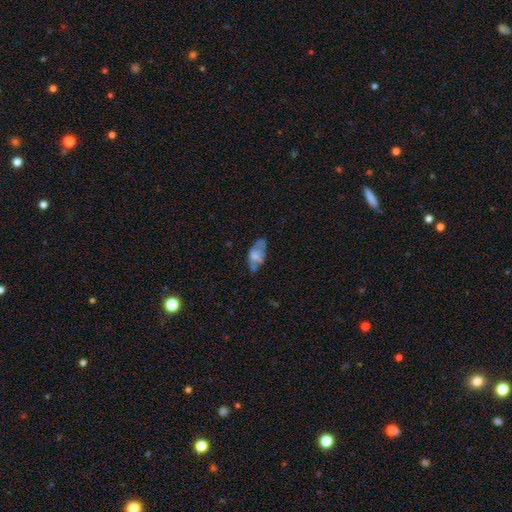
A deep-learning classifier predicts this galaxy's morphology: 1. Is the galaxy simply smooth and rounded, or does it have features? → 57% smooth, 33% featured or disk, 9% star or artifact.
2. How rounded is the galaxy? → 87% in between, 10% cigar-shaped, 3% round.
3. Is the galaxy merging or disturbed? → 43% none, 32% minor disturbance, 18% major disturbance, 7% merger.